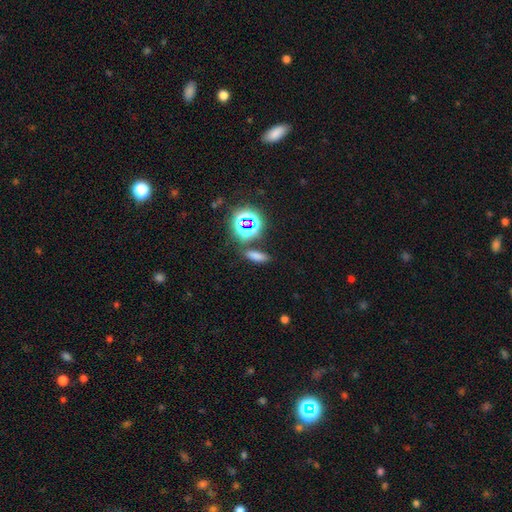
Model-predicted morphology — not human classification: Smooth or featured? Predicted: smooth (p=0.64). How rounded? Predicted: in between (p=0.55). Merging? Predicted: none (p=0.77).